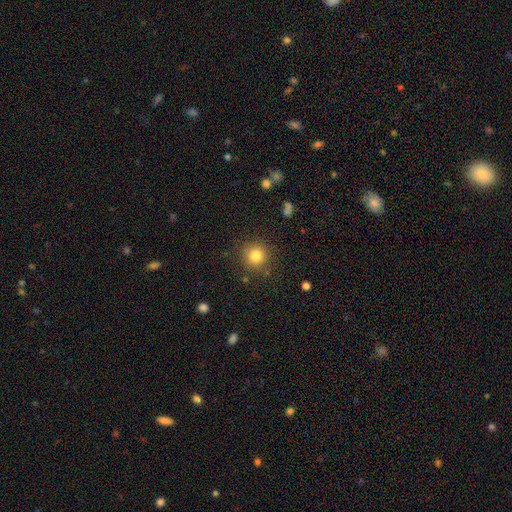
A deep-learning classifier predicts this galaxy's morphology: Smooth or featured: smooth — 82% (star or artifact — 12%)
How rounded: round — 92% (in between — 7%)
Merging: none — 86% (minor disturbance — 9%)